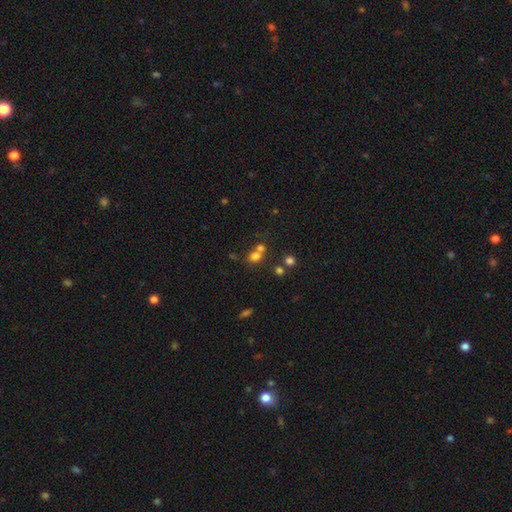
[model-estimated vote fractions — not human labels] This appears to be a smooth galaxy with no disk features (71%) that is round (75%). Merging: none (45%).